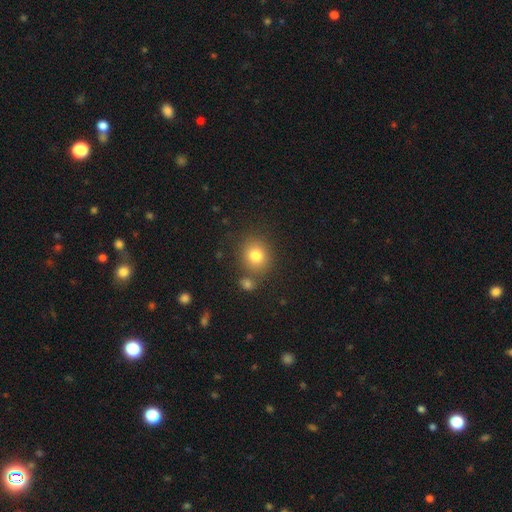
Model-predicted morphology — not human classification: Smooth or featured? smooth (79%)
How rounded? round (79%)
Merging? none (74%)